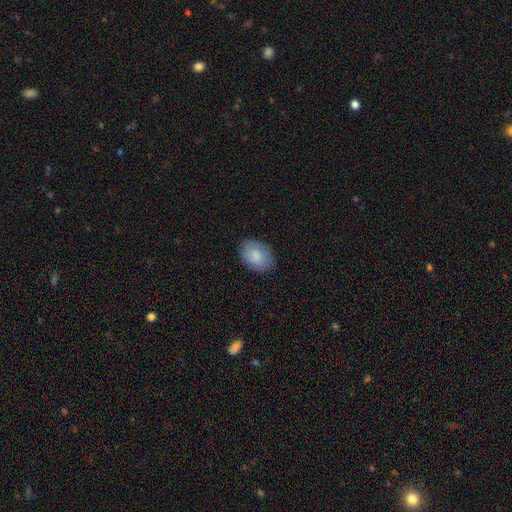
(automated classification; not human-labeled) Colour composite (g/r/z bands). It shows a smooth galaxy with no disk features (84%) that is in between round and cigar-shaped (84%). Merging: none (84%).